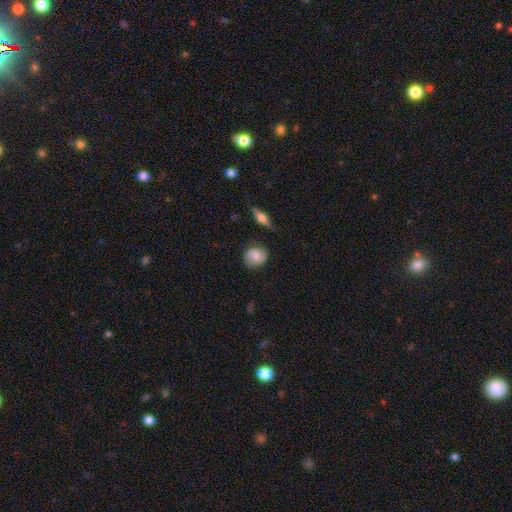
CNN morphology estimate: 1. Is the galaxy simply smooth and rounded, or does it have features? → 47% featured or disk, 45% smooth, 8% star or artifact.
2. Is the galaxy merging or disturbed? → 77% none, 16% minor disturbance, 4% major disturbance, 3% merger.